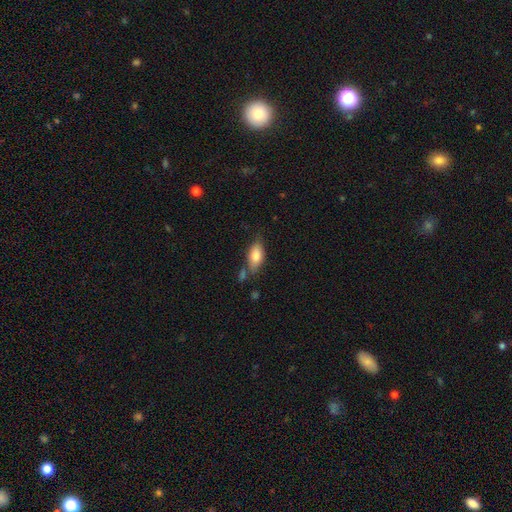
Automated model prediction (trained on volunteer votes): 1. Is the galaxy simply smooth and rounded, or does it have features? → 79% smooth, 14% featured or disk, 7% star or artifact.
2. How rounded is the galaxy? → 87% in between, 9% cigar-shaped, 4% round.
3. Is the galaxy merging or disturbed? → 60% none, 21% minor disturbance, 12% merger, 6% major disturbance.